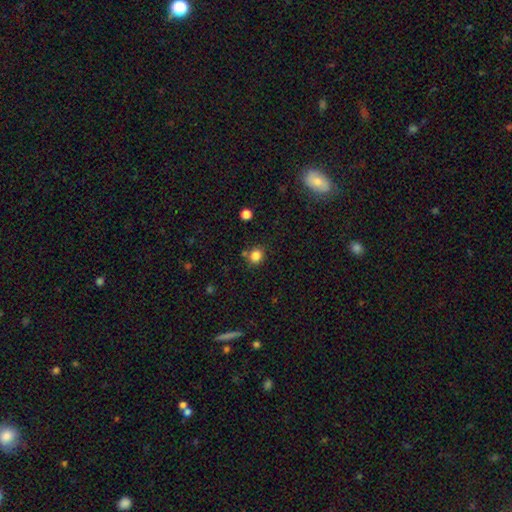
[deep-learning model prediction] Smooth or featured? Predicted: smooth (p=0.83). How rounded? Predicted: round (p=0.77). Merging? Predicted: none (p=0.73).